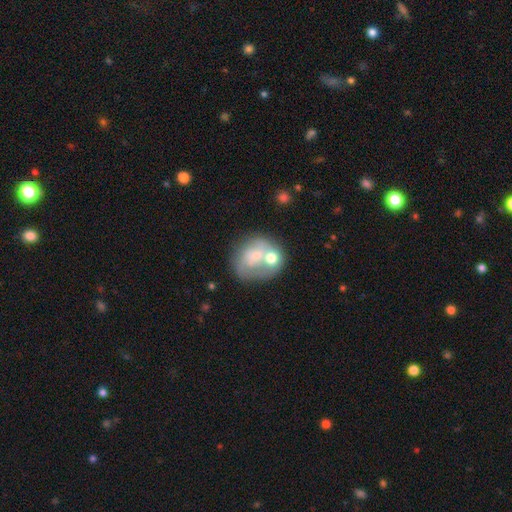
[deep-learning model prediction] Smooth or featured?
  - smooth: 46% * (tied)
  - featured or disk: 46% * (tied)
  - star or artifact: 8%
Merging?
  - merger: 41% *
  - none: 31%
  - minor disturbance: 15%
  - major disturbance: 13%